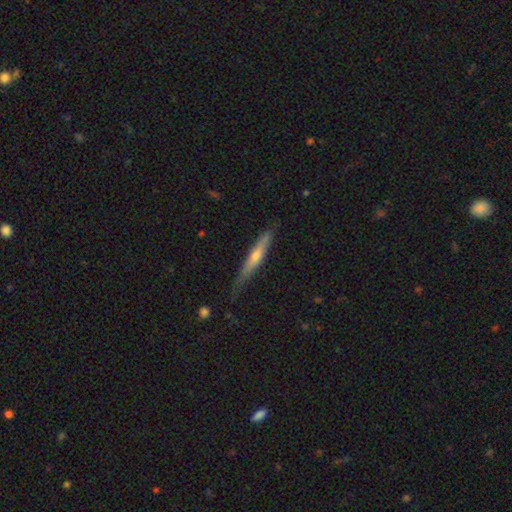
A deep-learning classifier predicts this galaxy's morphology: smooth_or_featured: featured or disk (p=0.51) [alt: smooth p=0.43]
disk_edge_on: yes (p=0.92) [alt: no p=0.08]
merging: none (p=0.71) [alt: minor disturbance p=0.23]